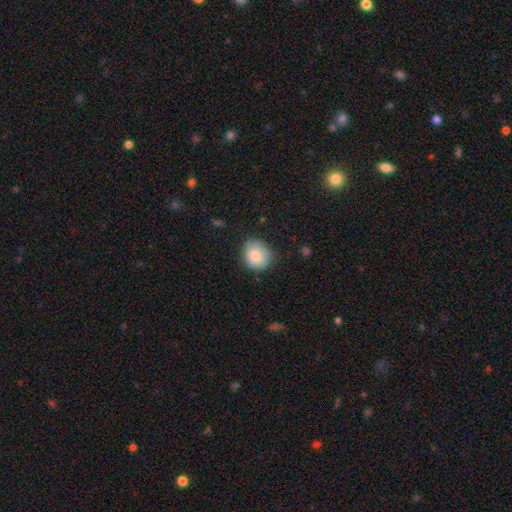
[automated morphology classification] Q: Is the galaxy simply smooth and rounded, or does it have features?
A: smooth — 81%.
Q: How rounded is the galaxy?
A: round — 84%.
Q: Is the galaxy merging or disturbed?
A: none — 73%.